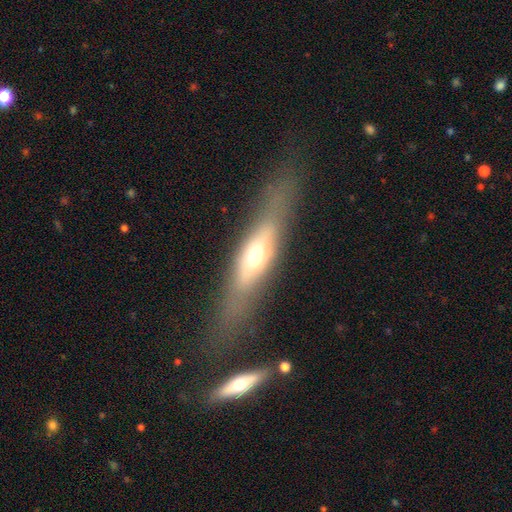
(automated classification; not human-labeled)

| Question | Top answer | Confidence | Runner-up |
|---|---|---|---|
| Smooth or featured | featured or disk | 51% | smooth (41%) |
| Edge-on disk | yes | 78% | no (22%) |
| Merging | none | 77% | minor disturbance (14%) |